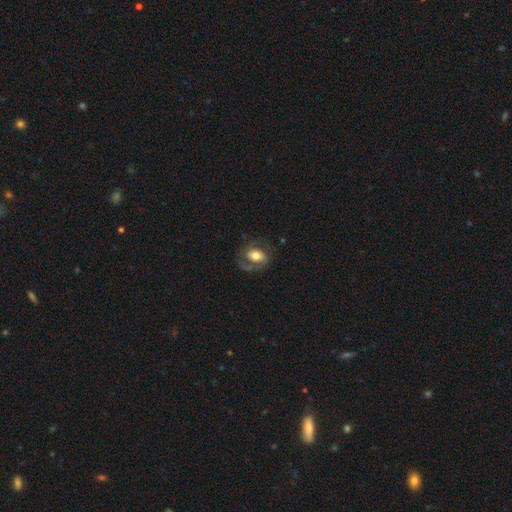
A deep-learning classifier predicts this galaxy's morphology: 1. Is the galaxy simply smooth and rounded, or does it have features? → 55% featured or disk, 38% smooth, 7% star or artifact.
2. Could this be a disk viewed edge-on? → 95% no, 5% yes.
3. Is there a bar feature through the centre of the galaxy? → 50% no, 29% weak, 20% strong.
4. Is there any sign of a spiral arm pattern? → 72% yes, 28% no.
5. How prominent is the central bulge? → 59% moderate, 27% large, 10% small, 3% dominant, 1% none.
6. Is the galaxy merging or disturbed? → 64% none, 18% minor disturbance, 16% major disturbance, 2% merger.